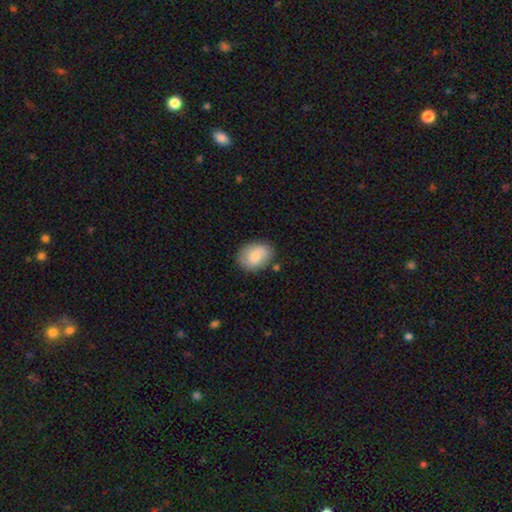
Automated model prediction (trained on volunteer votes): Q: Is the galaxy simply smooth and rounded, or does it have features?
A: smooth — 73%.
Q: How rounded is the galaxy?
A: in between — 67%.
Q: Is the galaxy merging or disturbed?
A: none — 78%.